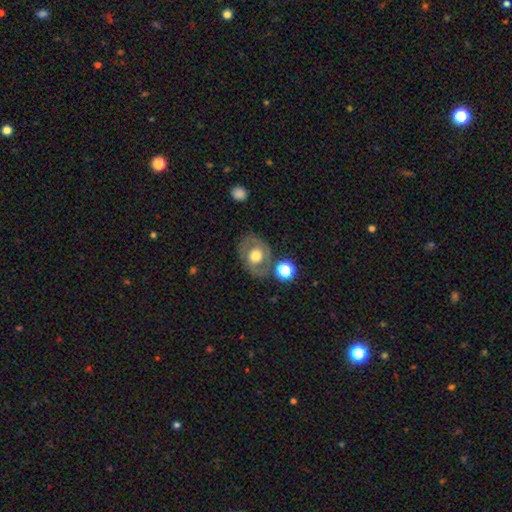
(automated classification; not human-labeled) smooth_or_featured: smooth (p=0.47) [alt: featured or disk p=0.44]
merging: none (p=0.72) [alt: minor disturbance p=0.15]